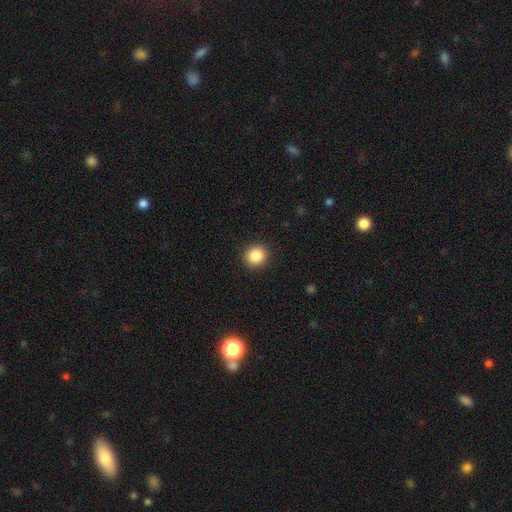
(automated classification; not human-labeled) Morphology: type=smooth (86%); roundness=round (91%); merging=none (92%).